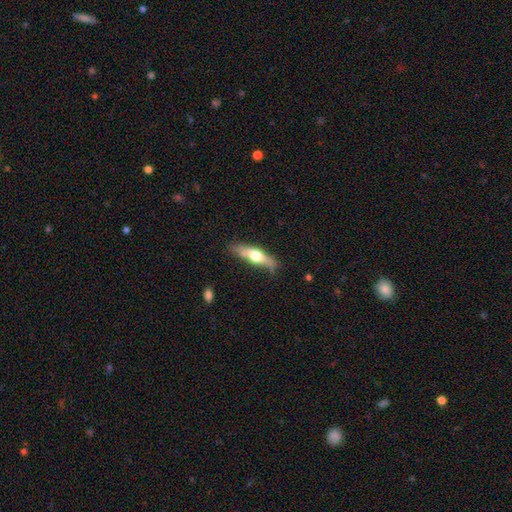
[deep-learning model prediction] This is possibly a featured or disk galaxy (52%). It is clearly viewed edge-on (86%). Merging: likely none (67%).